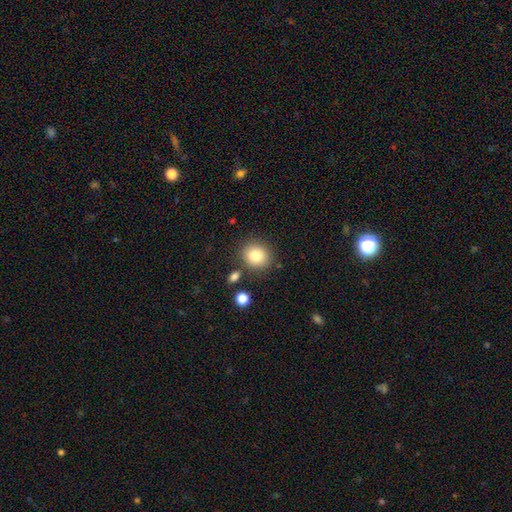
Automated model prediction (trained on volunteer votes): smooth-or-featured: smooth: 81% | star or artifact: 10% | featured or disk: 8%
  how-rounded: round: 81% | in between: 18% | cigar-shaped: 1%
  merging: none: 83% | minor disturbance: 9% | merger: 5% | major disturbance: 3%